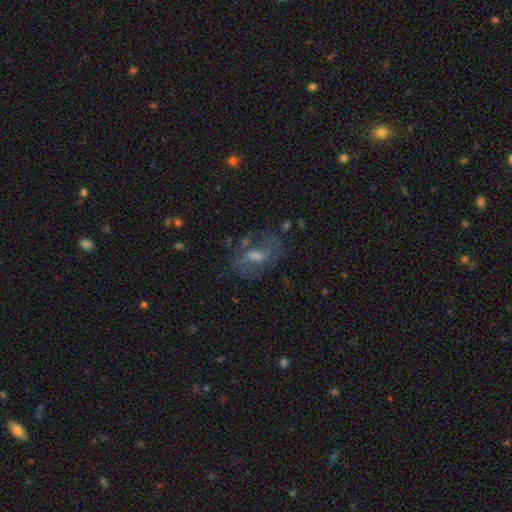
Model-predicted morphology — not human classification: Smooth or featured?
  - featured or disk: 51% *
  - smooth: 28%
  - star or artifact: 21%
Edge-on disk?
  - no: 91% *
  - yes: 9%
Merging?
  - none: 65% *
  - minor disturbance: 18%
  - major disturbance: 13%
  - merger: 4%